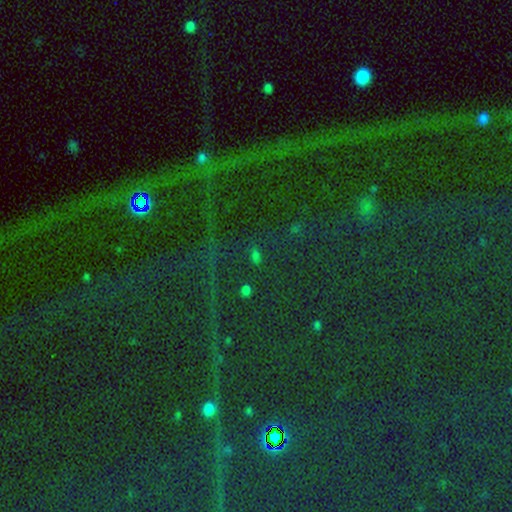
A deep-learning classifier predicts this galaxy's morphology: A star or artifact, not a galaxy (80%).

Vote fractions:
- Smooth or featured? star or artifact: 80% / smooth: 11% / featured or disk: 9%